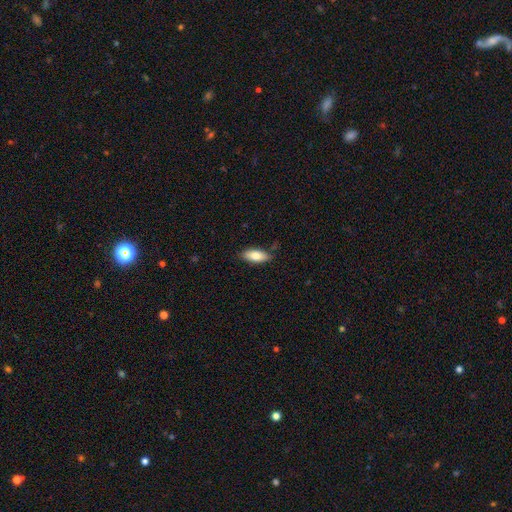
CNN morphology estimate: A smooth galaxy with no disk features (80%) that is in between round and cigar-shaped (82%). Merging: none (79%).